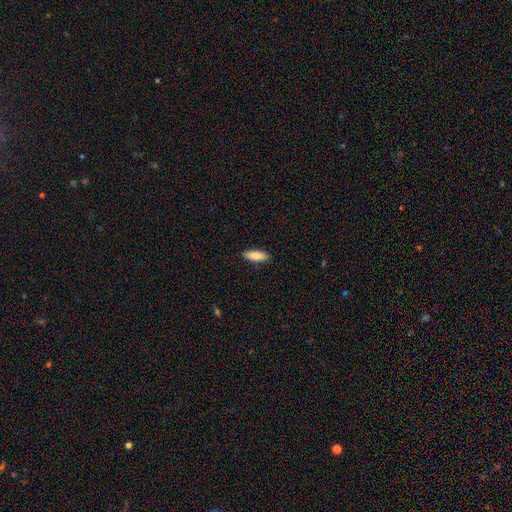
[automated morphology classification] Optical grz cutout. It shows a smooth galaxy with no disk features (84%) that is in between round and cigar-shaped (52%). Merging: none (89%).